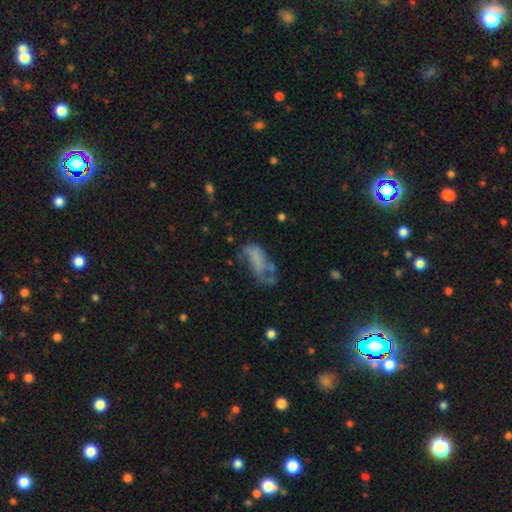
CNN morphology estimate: Q: Smooth or featured?
A: featured or disk (43%); runner-up: smooth (40%)
Q: Merging?
A: major disturbance (39%); runner-up: none (28%)